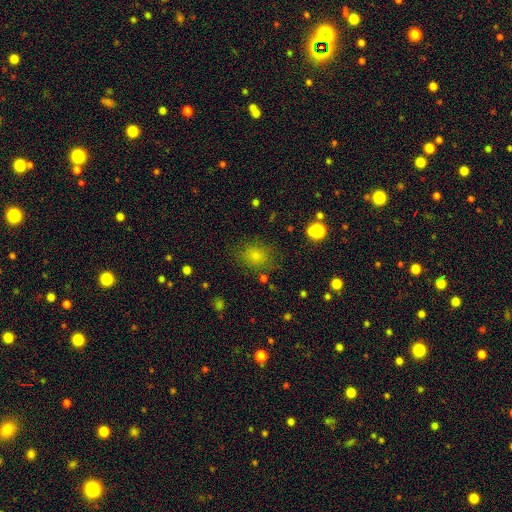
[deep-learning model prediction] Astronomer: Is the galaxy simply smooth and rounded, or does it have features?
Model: smooth — 69%.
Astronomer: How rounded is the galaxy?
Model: round — 57% (runner-up: in between, 42%).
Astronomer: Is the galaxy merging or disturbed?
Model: none — 81%.